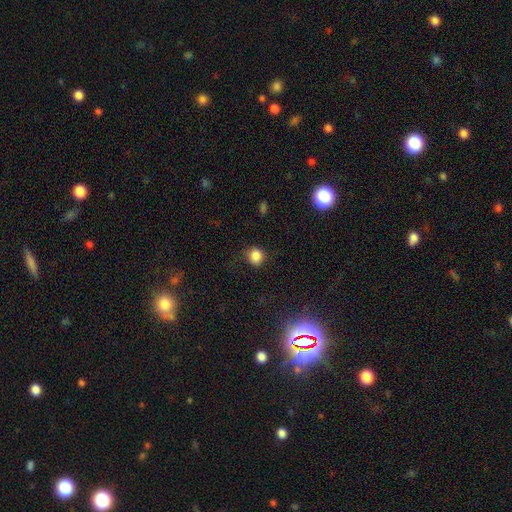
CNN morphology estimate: The model was most divided on "merging": none: 74%, minor disturbance: 18%, major disturbance: 6%, merger: 2%. More confident: how rounded — round (84%); smooth or featured — smooth (84%).